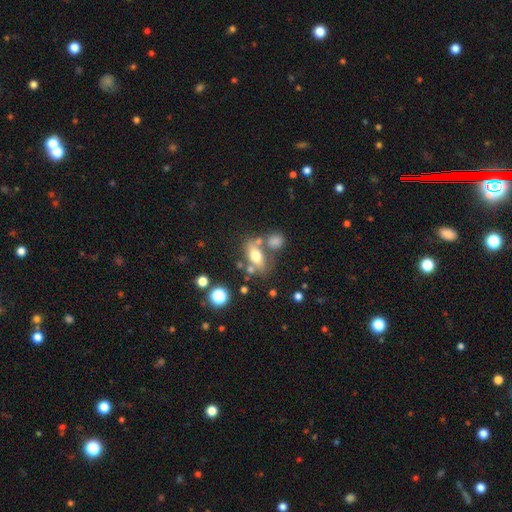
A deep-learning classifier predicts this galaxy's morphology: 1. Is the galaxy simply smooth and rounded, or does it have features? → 61% smooth, 27% featured or disk, 11% star or artifact.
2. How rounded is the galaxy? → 76% in between, 13% round, 11% cigar-shaped.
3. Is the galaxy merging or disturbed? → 53% none, 23% merger, 16% minor disturbance, 8% major disturbance.